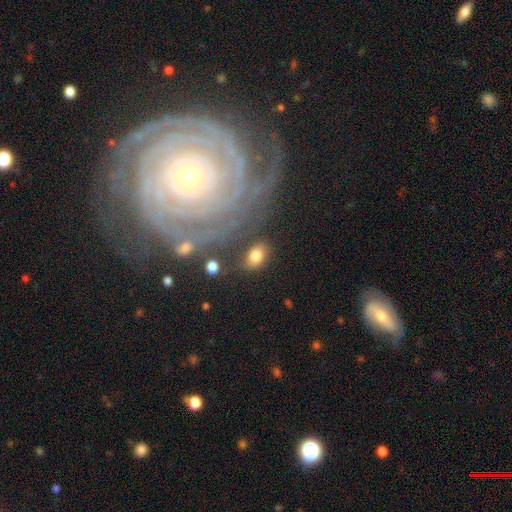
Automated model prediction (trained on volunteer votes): smooth-or-featured: smooth: 80% | featured or disk: 11% | star or artifact: 8%
  how-rounded: in between: 83% | round: 15% | cigar-shaped: 2%
  merging: none: 73% | minor disturbance: 15% | major disturbance: 6% | merger: 6%